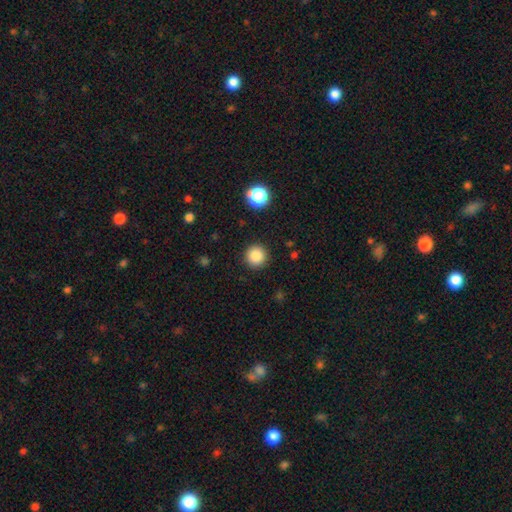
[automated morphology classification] smooth_or_featured: smooth (p=0.85) [alt: star or artifact p=0.11]
how_rounded: round (p=0.96) [alt: in between p=0.03]
merging: none (p=0.91) [alt: minor disturbance p=0.05]